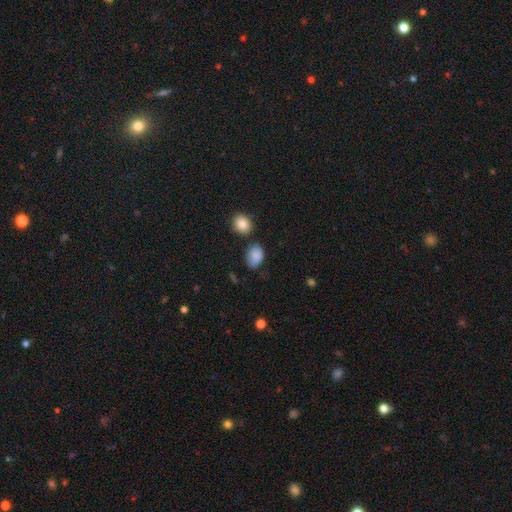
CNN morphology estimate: This is clearly a smooth galaxy (85%). How rounded: likely in between (77%). Merging: likely none (60%).